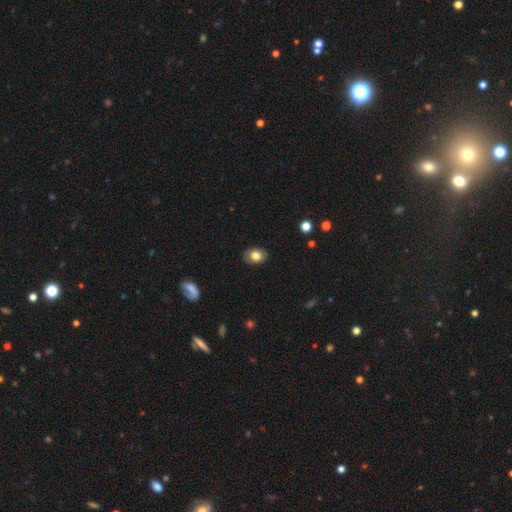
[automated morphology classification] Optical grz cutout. It shows a smooth galaxy with no disk features (78%) that is in between round and cigar-shaped (71%). Merging: none (86%).